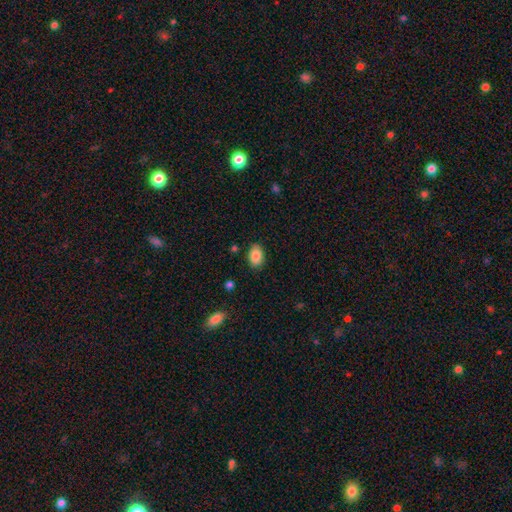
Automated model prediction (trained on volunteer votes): Smooth or featured? Predicted: smooth (p=0.87). How rounded? Predicted: in between (p=0.85). Merging? Predicted: none (p=0.84).